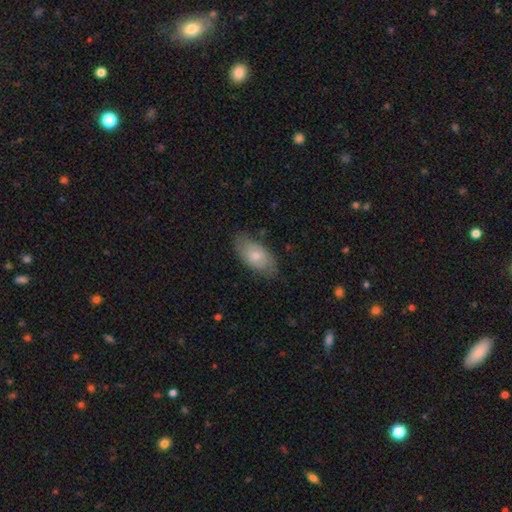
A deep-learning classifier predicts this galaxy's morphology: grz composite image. It shows a smooth galaxy with no disk features (63%) that is in between round and cigar-shaped (93%). Merging: none (73%).